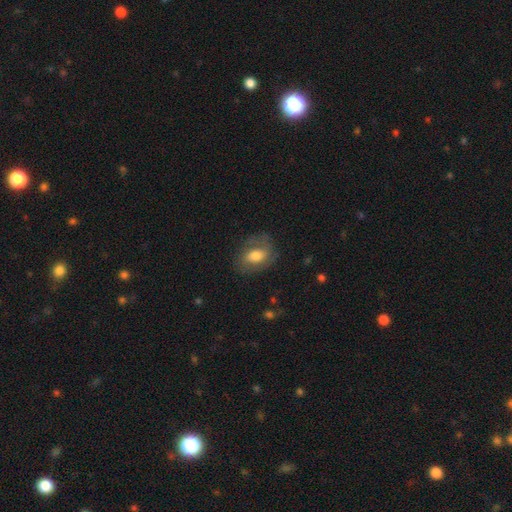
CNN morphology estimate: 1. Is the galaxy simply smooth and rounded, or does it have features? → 55% smooth, 37% featured or disk, 8% star or artifact.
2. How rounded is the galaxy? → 77% in between, 20% round, 2% cigar-shaped.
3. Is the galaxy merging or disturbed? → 69% none, 20% minor disturbance, 10% major disturbance, 1% merger.